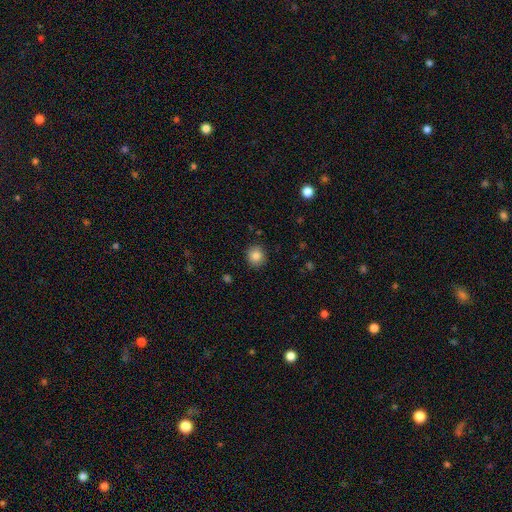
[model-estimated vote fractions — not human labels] Smooth or featured?
  - smooth: 85% *
  - star or artifact: 10%
  - featured or disk: 6%
How rounded?
  - round: 91% *
  - in between: 8%
  - cigar-shaped: 1%
Merging?
  - none: 90% *
  - minor disturbance: 7%
  - major disturbance: 2%
  - merger: 1%